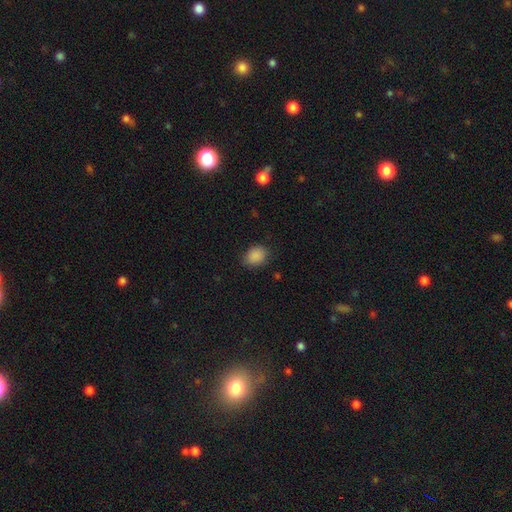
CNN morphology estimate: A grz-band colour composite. It shows a smooth galaxy with no disk features (88%) that is in between round and cigar-shaped (55%). Merging: none (80%).